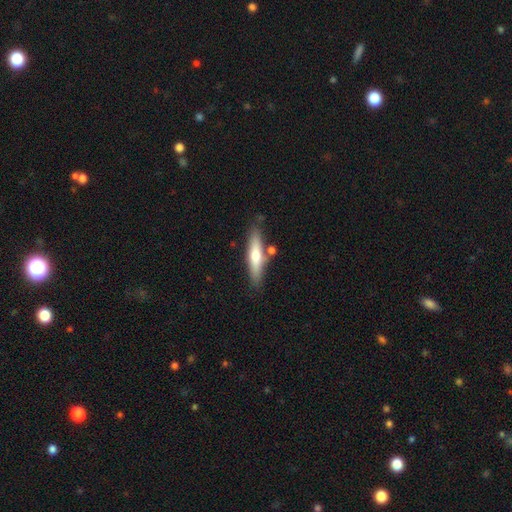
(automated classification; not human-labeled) The model was most divided on "smooth or featured": smooth: 55%, featured or disk: 39%, star or artifact: 6%. More confident: how rounded — cigar-shaped (79%); merging — none (77%).